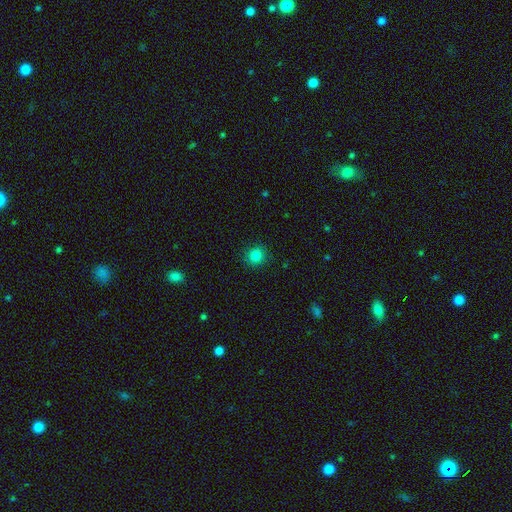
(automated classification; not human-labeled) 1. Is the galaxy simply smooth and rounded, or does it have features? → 84% smooth, 12% star or artifact, 4% featured or disk.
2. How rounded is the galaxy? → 89% round, 10% in between, 1% cigar-shaped.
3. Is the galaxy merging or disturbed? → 90% none, 7% minor disturbance, 2% major disturbance, 1% merger.